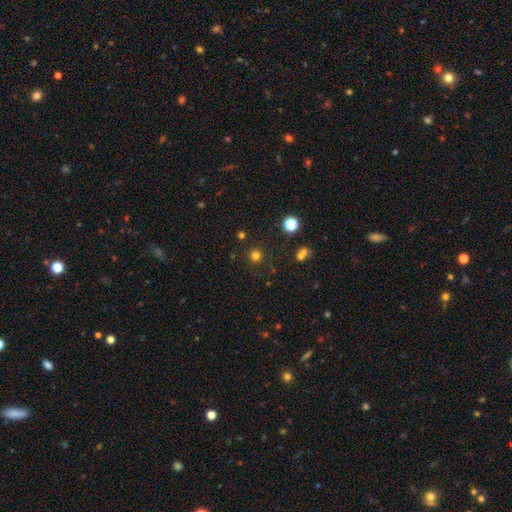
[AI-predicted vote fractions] Smooth or featured? smooth (75%)
How rounded? round (95%)
Merging? none (87%)